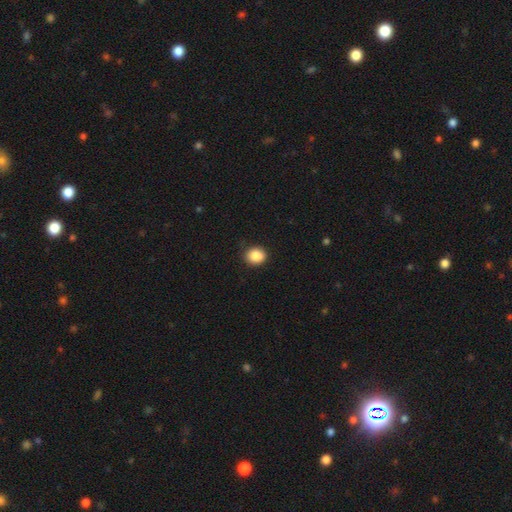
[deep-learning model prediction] Smooth or featured? smooth (87%)
How rounded? round (73%)
Merging? none (84%)